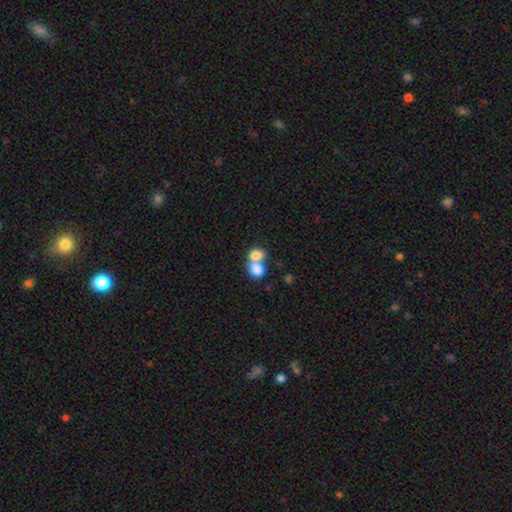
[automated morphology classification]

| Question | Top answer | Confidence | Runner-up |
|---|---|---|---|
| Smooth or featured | smooth | 80% | featured or disk (12%) |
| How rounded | in between | 51% | round (48%) |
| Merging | merger | 69% | none (22%) |